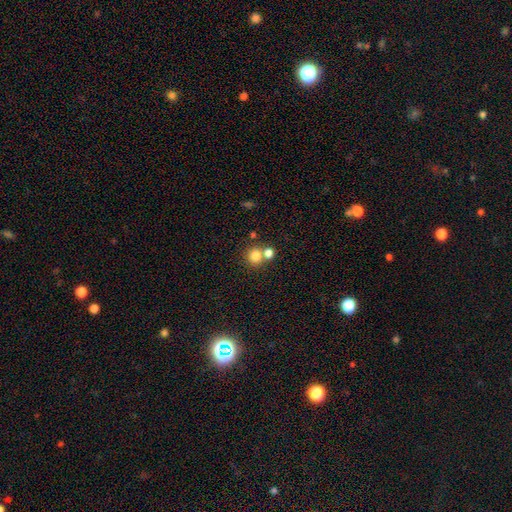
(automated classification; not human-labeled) This is likely a smooth galaxy (79%). How rounded: clearly round (88%). Merging: possibly none (58%).